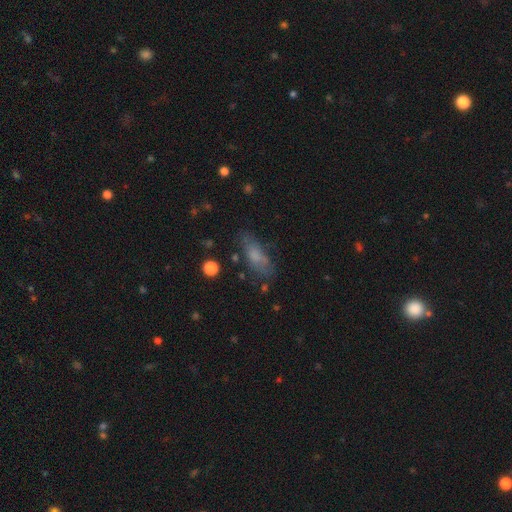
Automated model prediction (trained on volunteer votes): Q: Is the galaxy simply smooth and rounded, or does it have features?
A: smooth — 66%.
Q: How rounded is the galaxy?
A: in between — 68%.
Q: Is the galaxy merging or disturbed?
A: none — 63%.